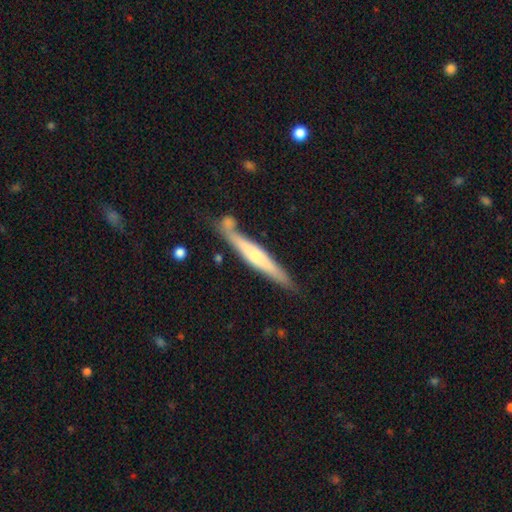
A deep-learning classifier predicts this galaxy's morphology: type=featured or disk (54%); edge-on=yes (92%); merging=none (66%).